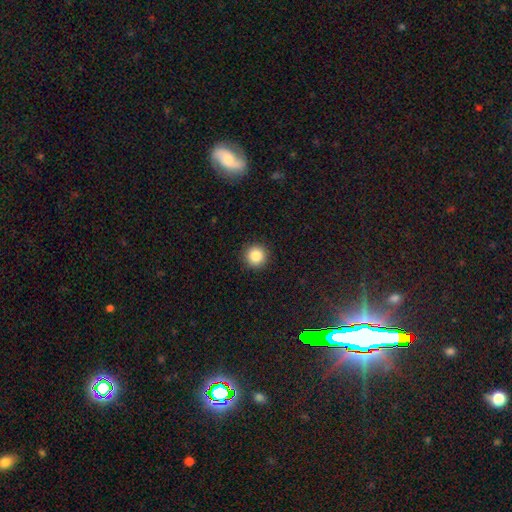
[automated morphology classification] smooth_or_featured: smooth (p=0.86) [alt: star or artifact p=0.10]
how_rounded: round (p=0.95) [alt: in between p=0.04]
merging: none (p=0.93) [alt: minor disturbance p=0.05]